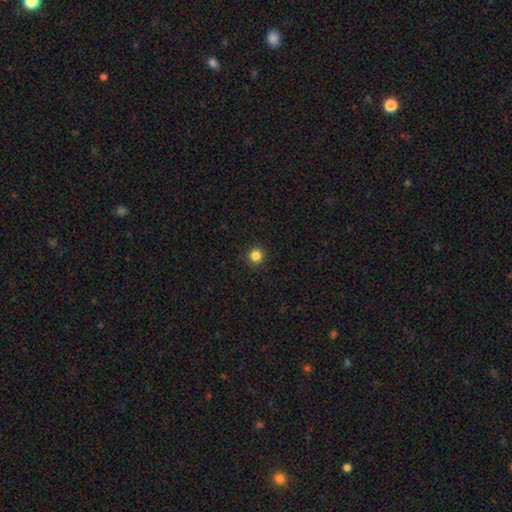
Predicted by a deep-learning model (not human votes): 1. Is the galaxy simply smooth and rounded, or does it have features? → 84% smooth, 12% star or artifact, 4% featured or disk.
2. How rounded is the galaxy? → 96% round, 3% in between, 1% cigar-shaped.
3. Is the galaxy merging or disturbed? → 93% none, 5% minor disturbance, 2% major disturbance, 1% merger.